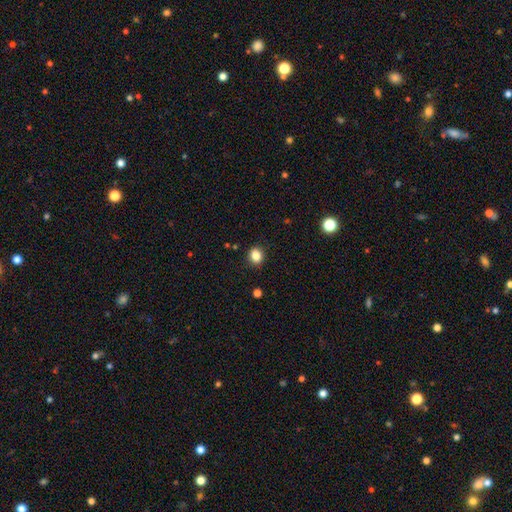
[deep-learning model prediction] Smooth or featured? Predicted: smooth (p=0.85). How rounded? Predicted: round (p=0.61). Merging? Predicted: none (p=0.89).